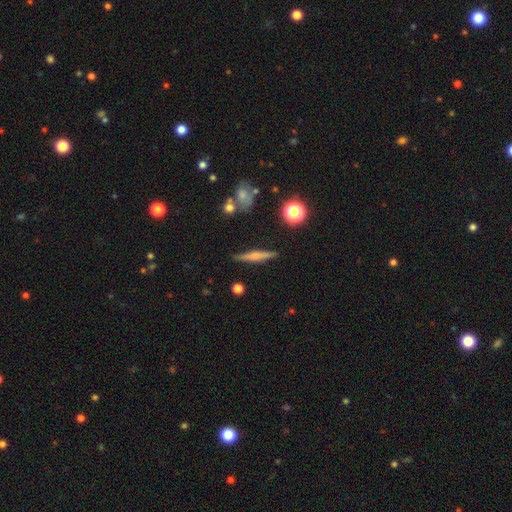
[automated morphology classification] Smooth or featured?
  - featured or disk: 50% *
  - smooth: 42%
  - star or artifact: 8%
Edge-on disk?
  - yes: 96% *
  - no: 4%
Merging?
  - none: 87% *
  - minor disturbance: 9%
  - merger: 2%
  - major disturbance: 2%